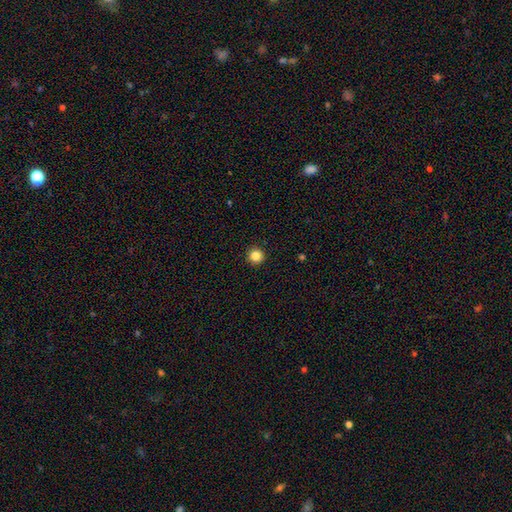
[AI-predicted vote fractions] smooth-or-featured: smooth: 85% | star or artifact: 11% | featured or disk: 4%
  how-rounded: round: 96% | in between: 3% | cigar-shaped: 1%
  merging: none: 94% | minor disturbance: 4% | major disturbance: 1% | merger: 1%